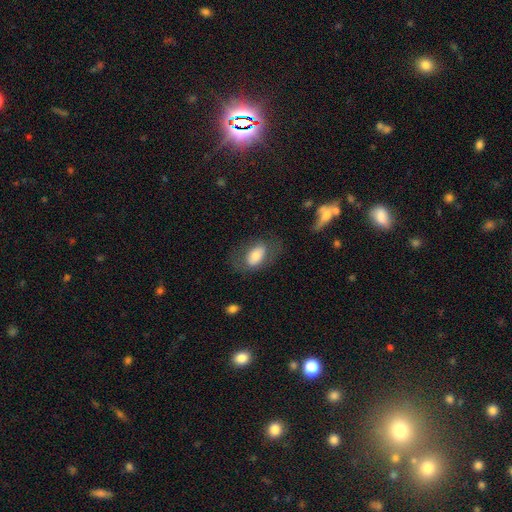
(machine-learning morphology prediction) A smooth galaxy with no disk features (66%) that is in between round and cigar-shaped (90%).

Vote fractions:
- Smooth or featured? smooth: 66% / featured or disk: 27% / star or artifact: 7%
- How rounded? in between: 90% / round: 8% / cigar-shaped: 3%
- Merging? none: 63% / minor disturbance: 19% / major disturbance: 16% / merger: 2%